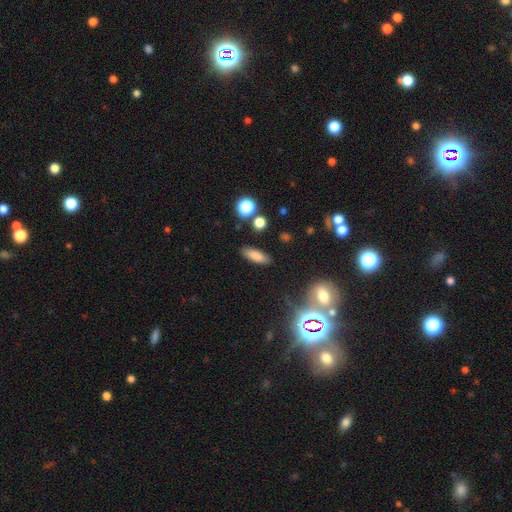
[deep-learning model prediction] Smooth or featured? smooth (80%)
How rounded? in between (63%)
Merging? none (85%)